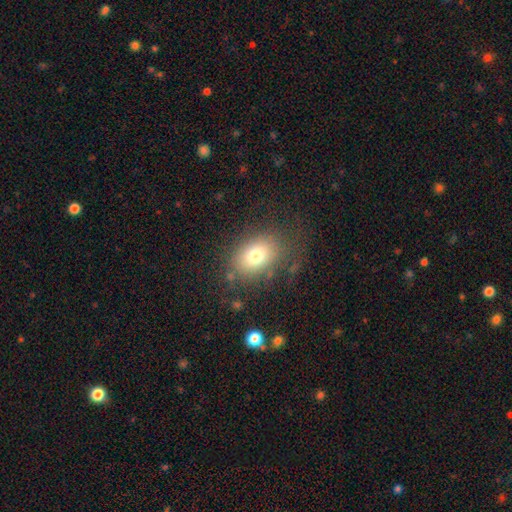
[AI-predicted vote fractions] Overall: smooth (76%). How rounded: in between (78%). Merging: none (73%).